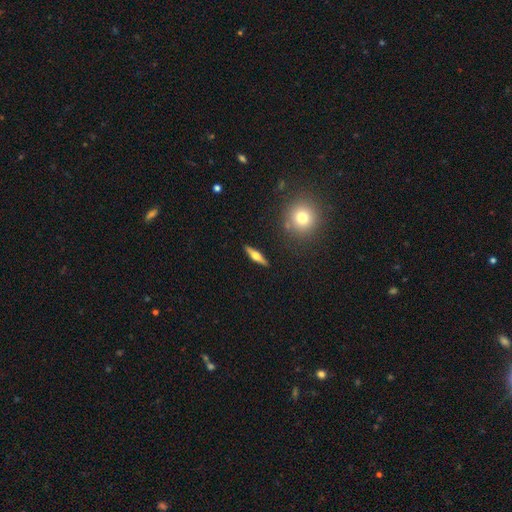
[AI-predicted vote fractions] smooth_or_featured: featured or disk (p=0.61) [alt: smooth p=0.32]
disk_edge_on: yes (p=0.95) [alt: no p=0.05]
edge_on_bulge: rounded (p=0.93) [alt: boxy p=0.05]
merging: none (p=0.89) [alt: minor disturbance p=0.07]